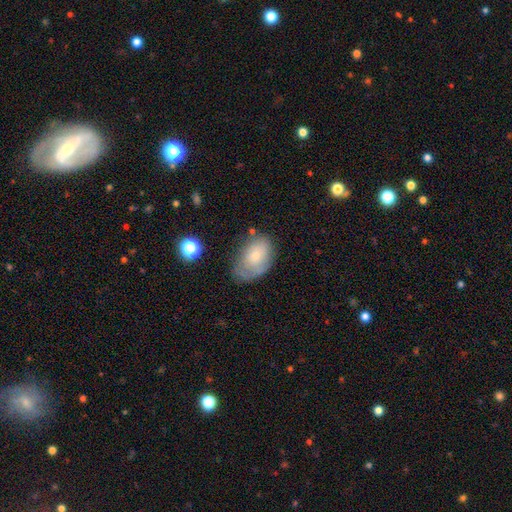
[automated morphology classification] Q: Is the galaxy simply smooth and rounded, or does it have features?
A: smooth — 68%.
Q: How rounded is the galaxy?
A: in between — 89%.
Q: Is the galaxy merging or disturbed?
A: none — 53%.